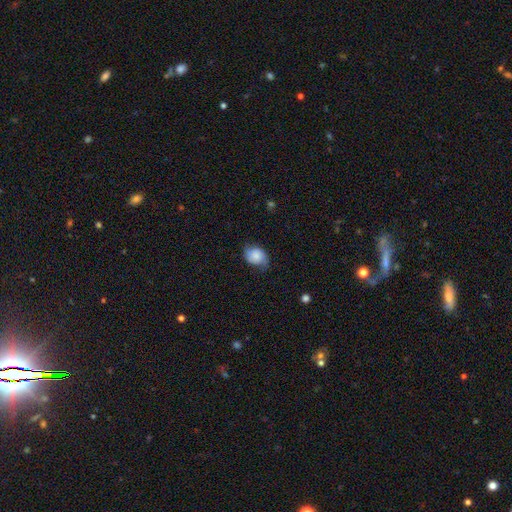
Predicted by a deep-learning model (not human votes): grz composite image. It shows a smooth galaxy with no disk features (59%) that is in between round and cigar-shaped (55%). Merging: none (58%).